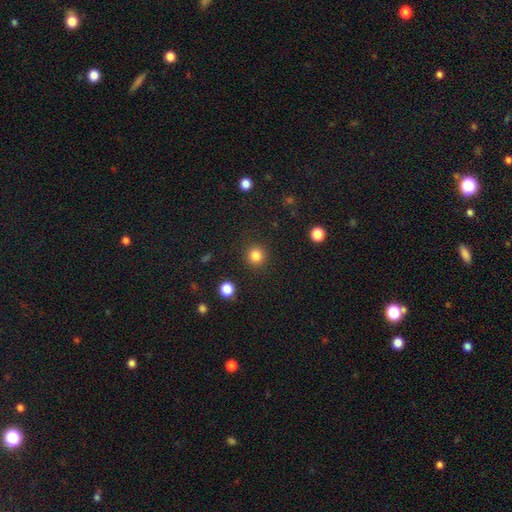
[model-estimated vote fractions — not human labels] smooth_or_featured: smooth (p=0.83) [alt: star or artifact p=0.12]
how_rounded: round (p=0.94) [alt: in between p=0.05]
merging: none (p=0.90) [alt: minor disturbance p=0.06]